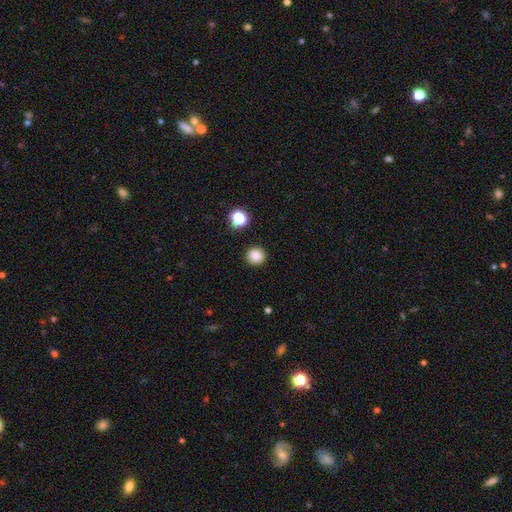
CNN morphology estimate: This is clearly a smooth galaxy (84%). How rounded: clearly round (90%). Merging: clearly none (90%).